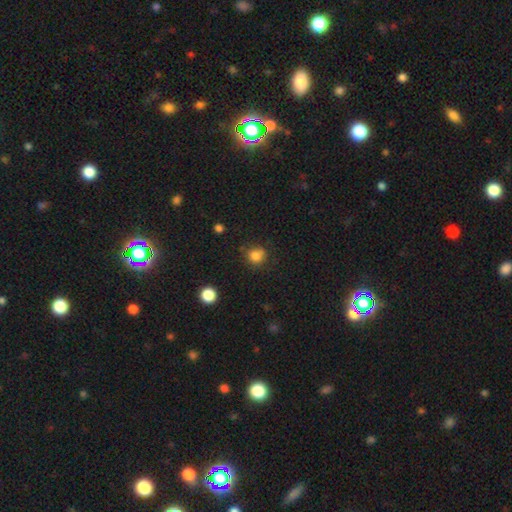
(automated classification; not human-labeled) The model was most divided on "merging": none: 77%, minor disturbance: 16%, major disturbance: 4%, merger: 3%. More confident: how rounded — round (84%); smooth or featured — smooth (83%).